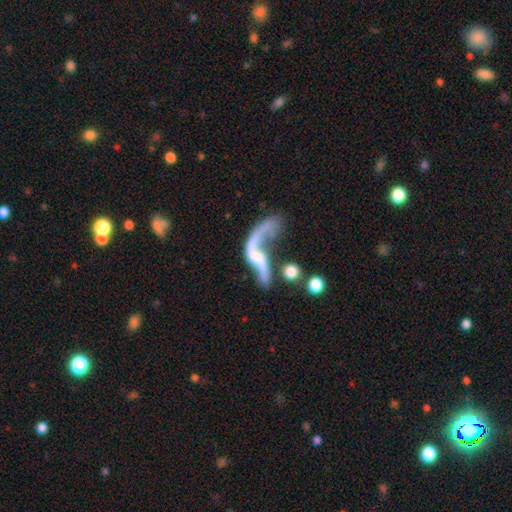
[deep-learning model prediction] Overall: featured or disk (80%). Edge-on disk: no (92%). Bar: no (52%; weak 32%). Spiral arms: yes (85%). Spiral arm count: 2 (79%). Spiral winding: loose (93%). Bulge size: small (38%; none 37%). Merging: none (32%; major disturbance 29%).